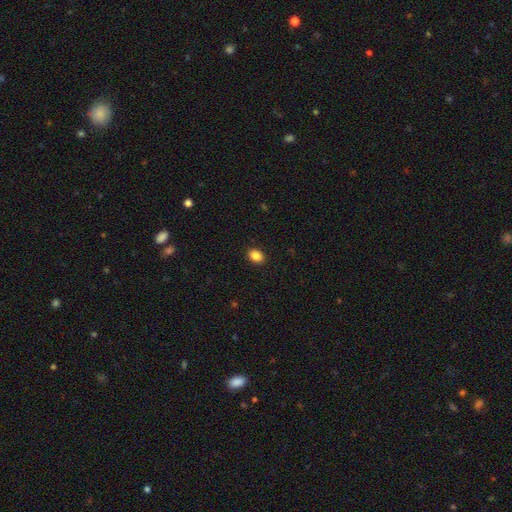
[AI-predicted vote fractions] Morphology: type=smooth (87%); roundness=in between (74%); merging=none (91%).